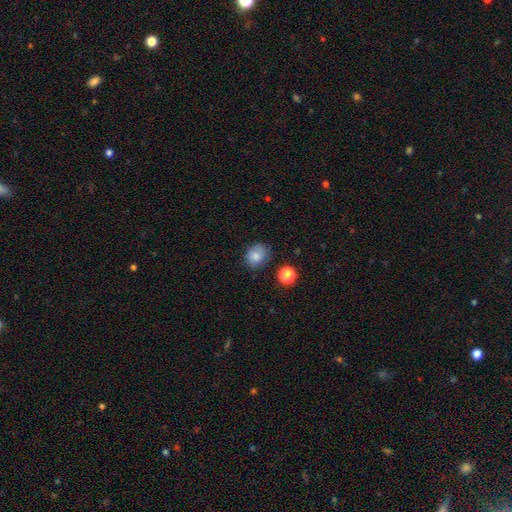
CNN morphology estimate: type=smooth (81%); roundness=round (64%); merging=none (72%).